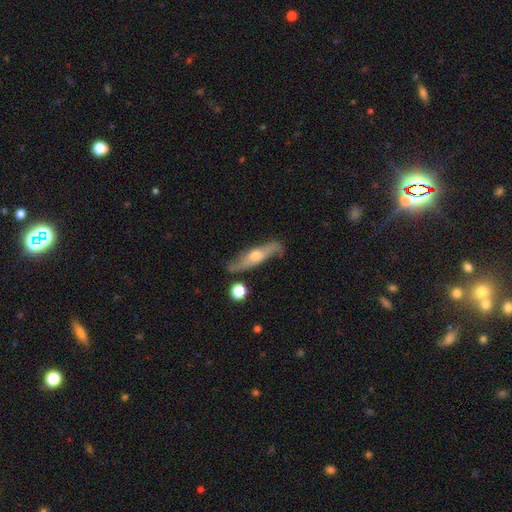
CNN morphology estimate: A featured or disk galaxy (68%) viewed edge-on (59%). Merging: none (76%).